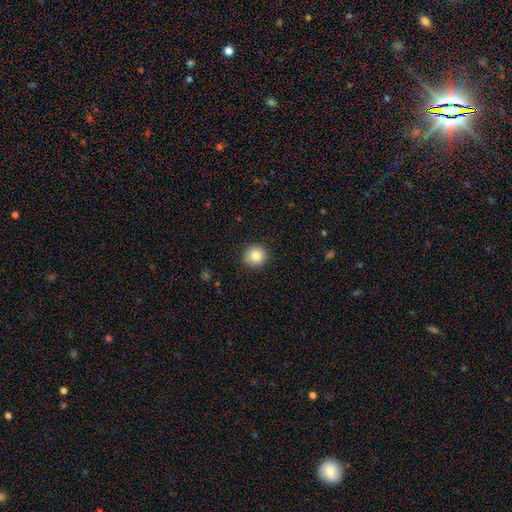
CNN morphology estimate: Smooth or featured?
  - smooth: 84% *
  - star or artifact: 9%
  - featured or disk: 7%
How rounded?
  - round: 92% *
  - in between: 7%
  - cigar-shaped: 1%
Merging?
  - none: 88% *
  - minor disturbance: 9%
  - major disturbance: 2%
  - merger: 1%